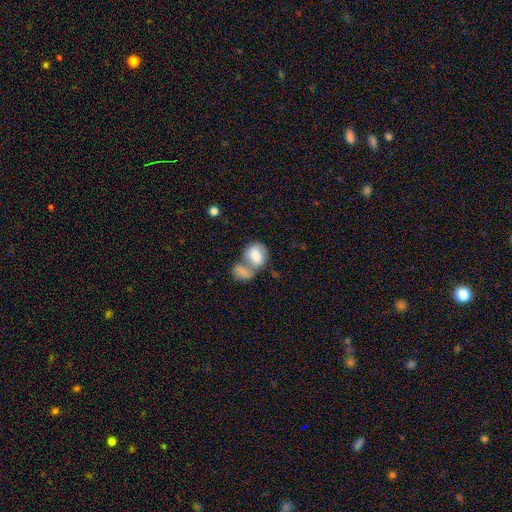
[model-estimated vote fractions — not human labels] Q: Smooth or featured?
A: smooth (76%); runner-up: featured or disk (17%)
Q: How rounded?
A: in between (63%); runner-up: round (35%)
Q: Merging?
A: merger (63%); runner-up: none (22%)